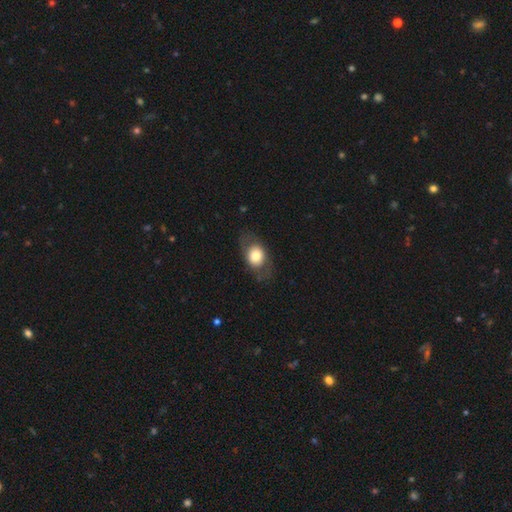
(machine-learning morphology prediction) Smooth or featured?
  - smooth: 66% *
  - featured or disk: 27%
  - star or artifact: 7%
How rounded?
  - in between: 65% *
  - round: 33%
  - cigar-shaped: 2%
Merging?
  - none: 76% *
  - minor disturbance: 15%
  - major disturbance: 8%
  - merger: 1%